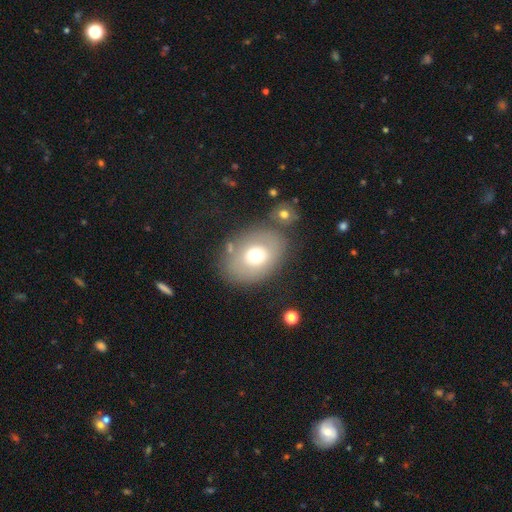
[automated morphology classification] Q: Smooth or featured?
A: smooth (65%); runner-up: featured or disk (25%)
Q: How rounded?
A: in between (65%); runner-up: round (34%)
Q: Merging?
A: none (70%); runner-up: minor disturbance (14%)